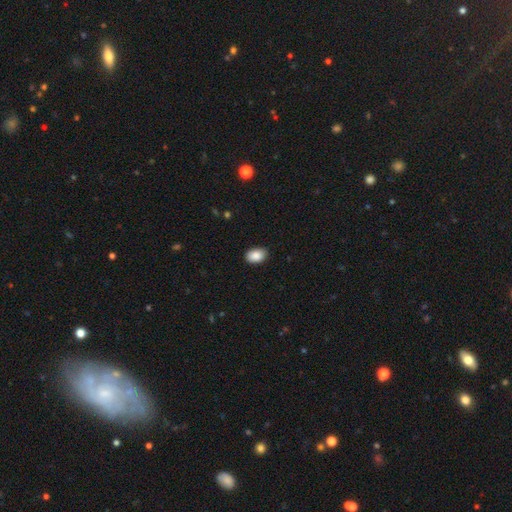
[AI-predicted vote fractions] A smooth galaxy with no disk features (88%) that is in between round and cigar-shaped (87%).

Vote fractions:
- Smooth or featured? smooth: 88% / star or artifact: 7% / featured or disk: 4%
- How rounded? in between: 87% / round: 12% / cigar-shaped: 1%
- Merging? none: 86% / minor disturbance: 11% / major disturbance: 2% / merger: 1%